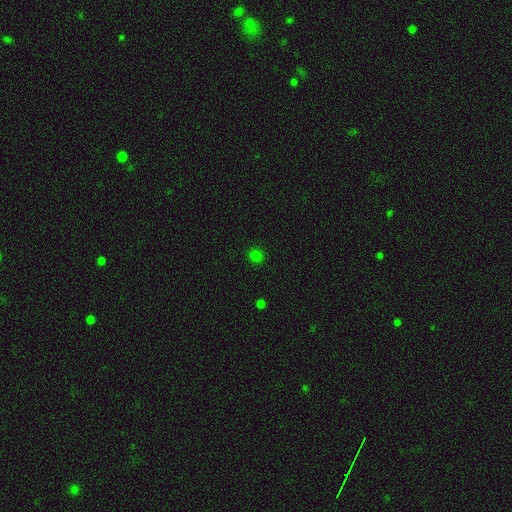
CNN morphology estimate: smooth-or-featured: smooth: 77% | star or artifact: 19% | featured or disk: 4%
  how-rounded: round: 91% | in between: 8% | cigar-shaped: 1%
  merging: none: 91% | minor disturbance: 6% | major disturbance: 2% | merger: 1%